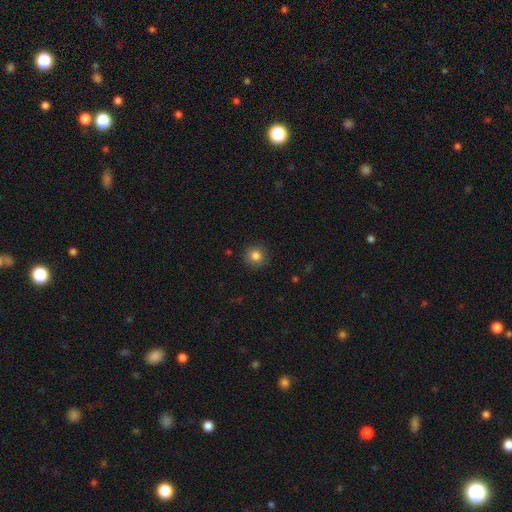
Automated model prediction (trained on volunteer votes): Morphology: type=smooth (83%); roundness=round (92%); merging=none (91%).